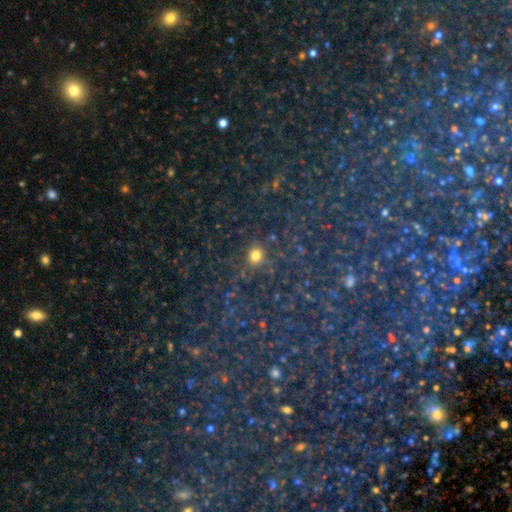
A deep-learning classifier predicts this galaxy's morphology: A star or artifact, not a galaxy (46%).